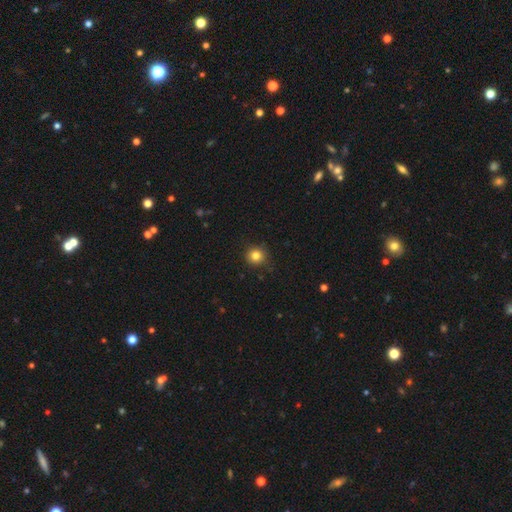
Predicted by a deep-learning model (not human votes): smooth-or-featured: smooth: 82% | star or artifact: 12% | featured or disk: 6%
  how-rounded: round: 93% | in between: 6% | cigar-shaped: 1%
  merging: none: 88% | minor disturbance: 8% | major disturbance: 2% | merger: 1%